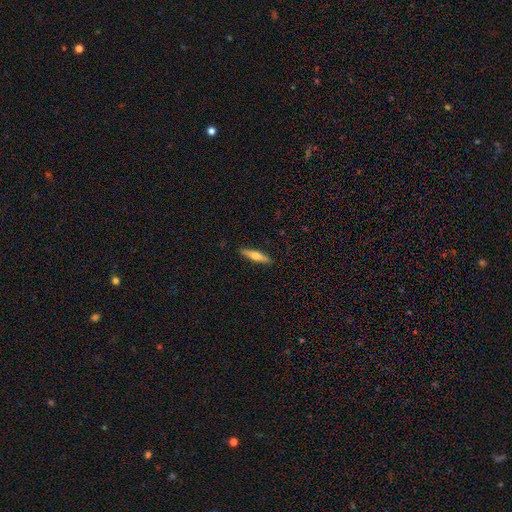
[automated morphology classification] Smooth or featured?
  - smooth: 54% *
  - featured or disk: 40%
  - star or artifact: 6%
How rounded?
  - cigar-shaped: 81% *
  - in between: 17%
  - round: 2%
Merging?
  - none: 90% *
  - minor disturbance: 8%
  - major disturbance: 2%
  - merger: 1%